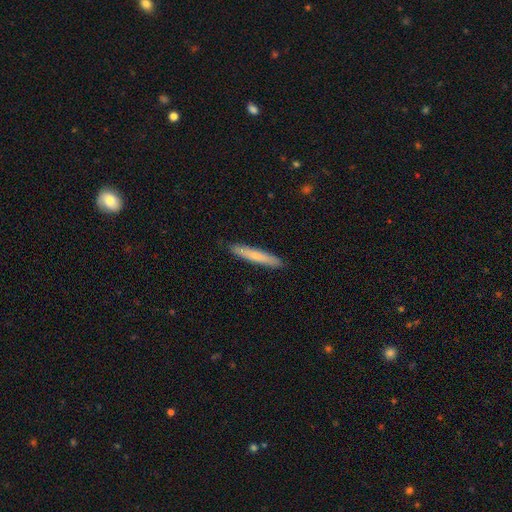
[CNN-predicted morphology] smooth-or-featured: smooth: 71% | featured or disk: 24% | star or artifact: 5%
  how-rounded: cigar-shaped: 95% | in between: 4% | round: 1%
  merging: none: 91% | minor disturbance: 7% | major disturbance: 1% | merger: 1%